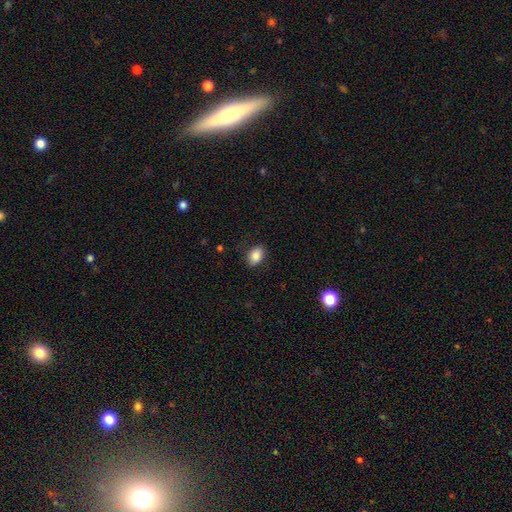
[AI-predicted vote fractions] The model was most divided on "how rounded": in between: 84%, round: 15%, cigar-shaped: 1%. More confident: smooth or featured — smooth (86%); merging — none (85%).